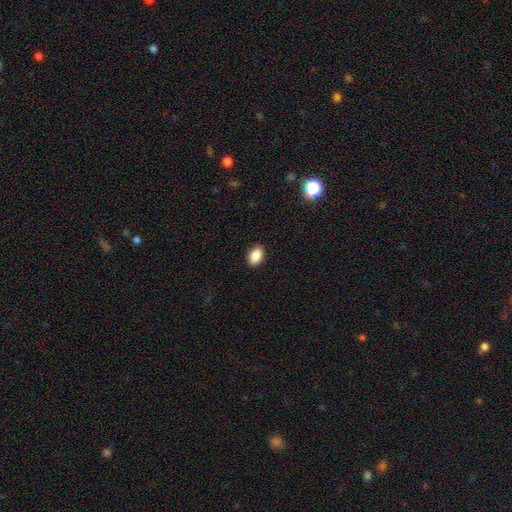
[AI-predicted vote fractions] A smooth galaxy with no disk features (88%) that is in between round and cigar-shaped (92%). Merging: none (90%).